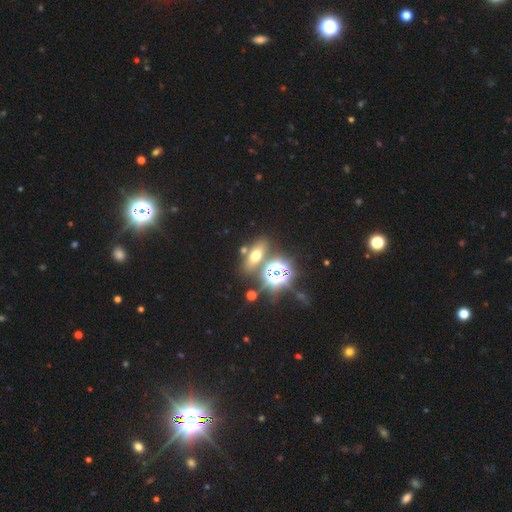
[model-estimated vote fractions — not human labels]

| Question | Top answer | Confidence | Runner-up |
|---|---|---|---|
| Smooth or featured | smooth | 46% | star or artifact (36%) |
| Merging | none | 72% | merger (14%) |